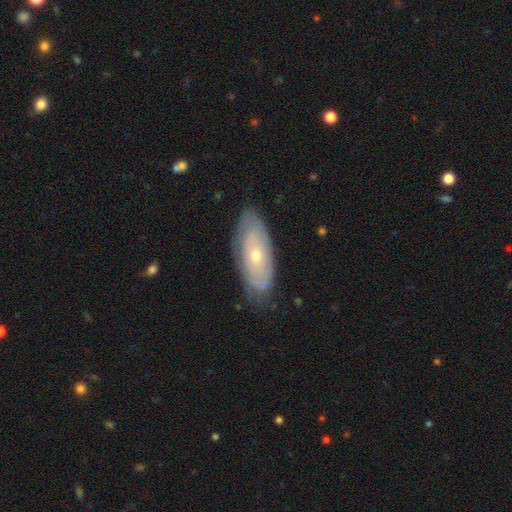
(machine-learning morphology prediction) Overall: featured or disk (63%; smooth 30%). Edge-on disk: no (85%). Bar: no (84%). Spiral arms: yes (66%; no 34%). Bulge size: small (62%; moderate 34%). Merging: none (79%).